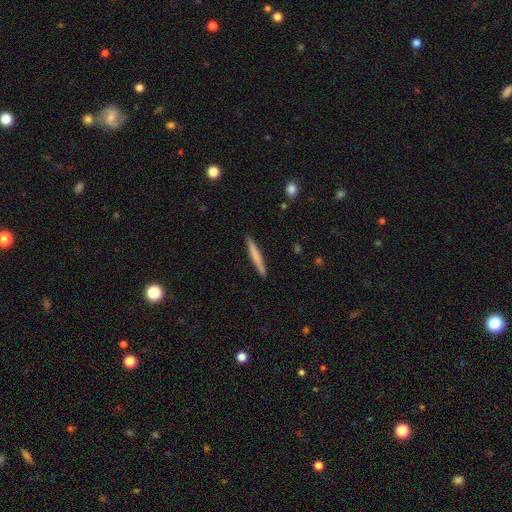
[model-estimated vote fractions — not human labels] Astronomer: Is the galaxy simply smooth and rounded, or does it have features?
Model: smooth — 67%.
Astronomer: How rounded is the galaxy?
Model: cigar-shaped — 96%.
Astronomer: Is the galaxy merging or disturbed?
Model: none — 91%.